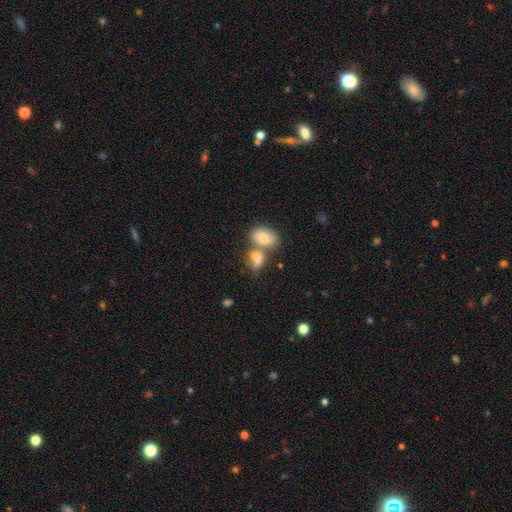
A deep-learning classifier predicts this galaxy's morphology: This is likely a smooth galaxy (71%). How rounded: likely in between (79%). Merging: possibly merger (58%).